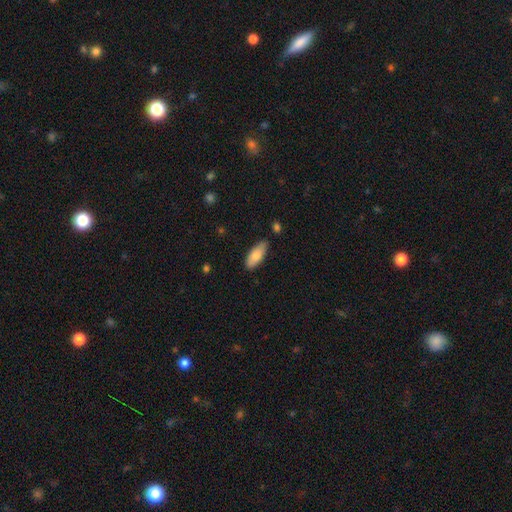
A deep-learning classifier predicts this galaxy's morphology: smooth_or_featured: smooth (p=0.81) [alt: featured or disk p=0.13]
how_rounded: in between (p=0.77) [alt: cigar-shaped p=0.21]
merging: none (p=0.81) [alt: minor disturbance p=0.14]